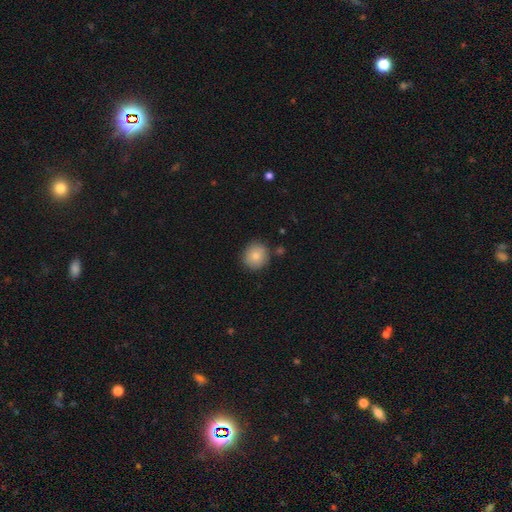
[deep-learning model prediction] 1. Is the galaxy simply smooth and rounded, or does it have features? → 84% smooth, 8% featured or disk, 8% star or artifact.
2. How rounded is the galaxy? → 88% round, 11% in between, 1% cigar-shaped.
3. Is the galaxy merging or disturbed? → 84% none, 10% minor disturbance, 3% merger, 2% major disturbance.